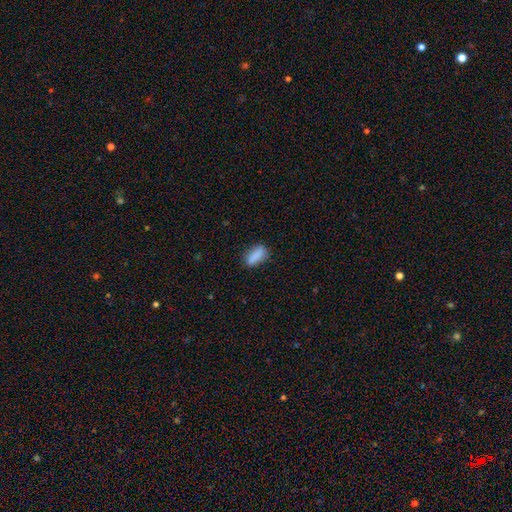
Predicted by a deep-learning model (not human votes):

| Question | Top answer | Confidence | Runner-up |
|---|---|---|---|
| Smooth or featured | smooth | 85% | star or artifact (8%) |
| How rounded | in between | 72% | cigar-shaped (24%) |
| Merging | none | 79% | minor disturbance (15%) |